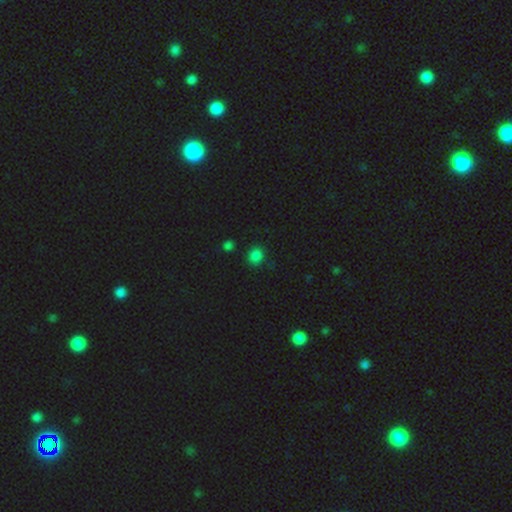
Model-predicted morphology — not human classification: smooth 81%, star or artifact 16%, featured or disk 3%. Down the decision tree: how rounded — round (78%); merging — none (86%).